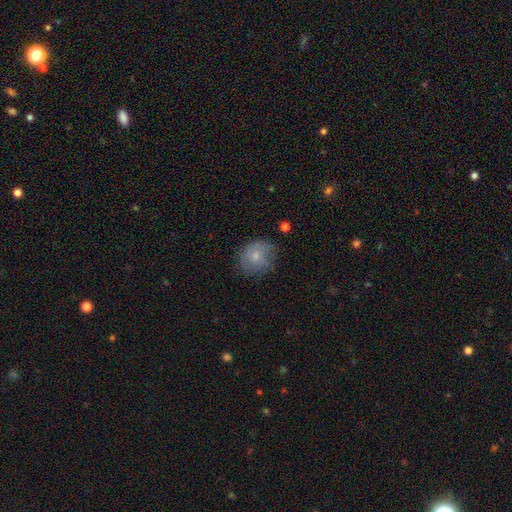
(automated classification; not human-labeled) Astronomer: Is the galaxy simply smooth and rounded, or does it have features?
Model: smooth — 70%.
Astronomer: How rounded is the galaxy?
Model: round — 75%.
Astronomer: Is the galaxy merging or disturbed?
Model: none — 64%.